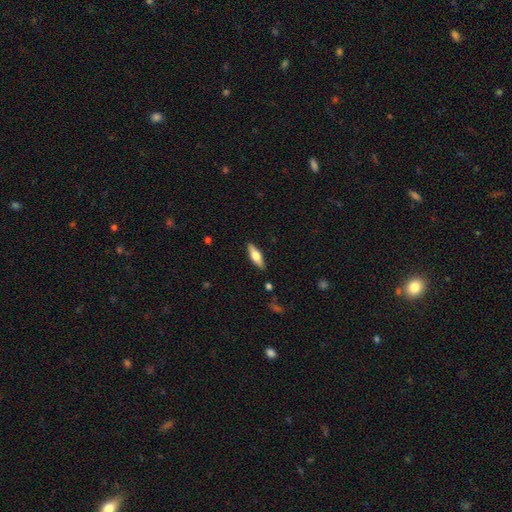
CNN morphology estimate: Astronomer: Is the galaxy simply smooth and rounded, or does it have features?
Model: smooth — 49% (runner-up: featured or disk, 45%).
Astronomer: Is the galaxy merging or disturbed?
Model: none — 88%.